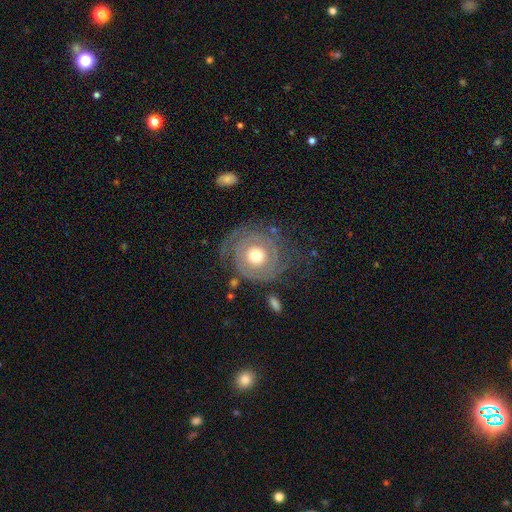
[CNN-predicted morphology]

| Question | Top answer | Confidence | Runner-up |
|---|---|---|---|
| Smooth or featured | featured or disk | 75% | smooth (19%) |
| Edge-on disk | no | 97% | yes (3%) |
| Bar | no | 85% | weak (12%) |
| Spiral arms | yes | 80% | no (20%) |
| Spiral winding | tight | 69% | medium (21%) |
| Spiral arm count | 2 | 48% | can't tell (25%) |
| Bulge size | moderate | 65% | large (22%) |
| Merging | none | 68% | minor disturbance (16%) |